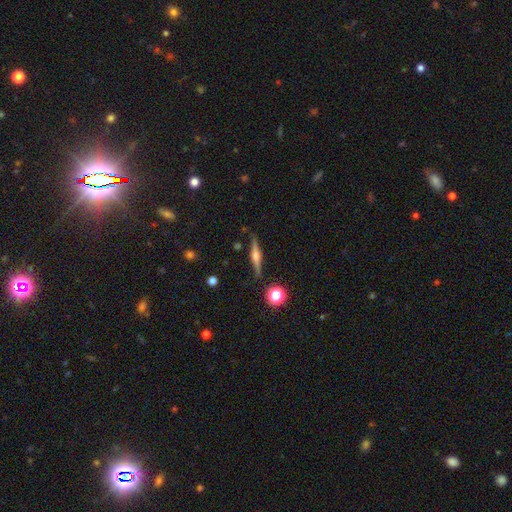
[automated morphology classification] Overall: featured or disk (68%). Edge-on disk: yes (97%). Edge-on bulge: rounded (87%). Merging: none (88%).